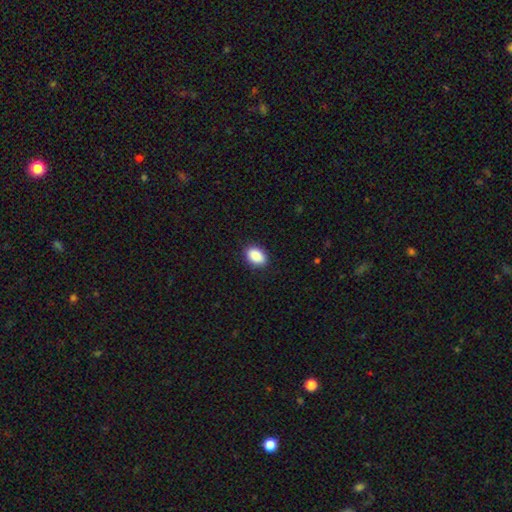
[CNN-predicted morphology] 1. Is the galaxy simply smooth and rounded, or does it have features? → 90% smooth, 7% star or artifact, 3% featured or disk.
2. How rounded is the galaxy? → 86% in between, 13% round, 1% cigar-shaped.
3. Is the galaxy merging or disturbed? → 89% none, 8% minor disturbance, 2% major disturbance, 1% merger.